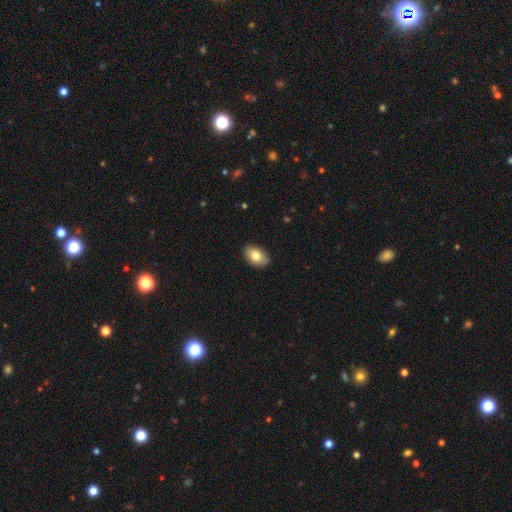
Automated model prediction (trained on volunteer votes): Morphology: type=smooth (80%); roundness=in between (90%); merging=none (88%).